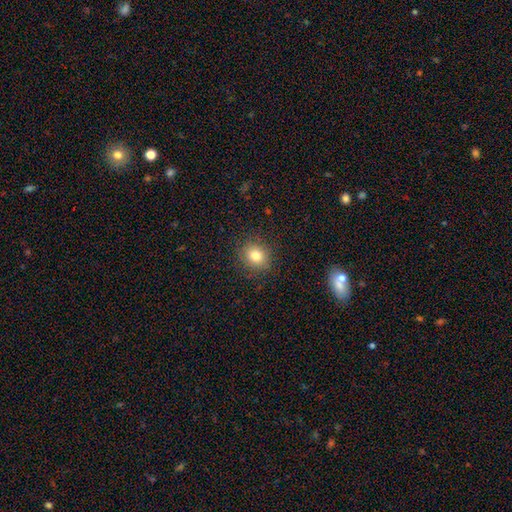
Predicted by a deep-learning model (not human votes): smooth 80%, star or artifact 12%, featured or disk 8%. Down the decision tree: how rounded — round (79%); merging — none (87%).